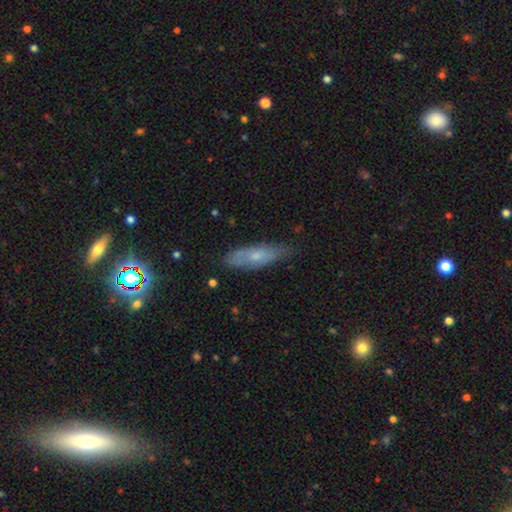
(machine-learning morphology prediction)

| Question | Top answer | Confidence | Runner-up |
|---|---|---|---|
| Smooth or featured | smooth | 54% | featured or disk (37%) |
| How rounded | cigar-shaped | 54% | in between (43%) |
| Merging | none | 72% | minor disturbance (22%) |